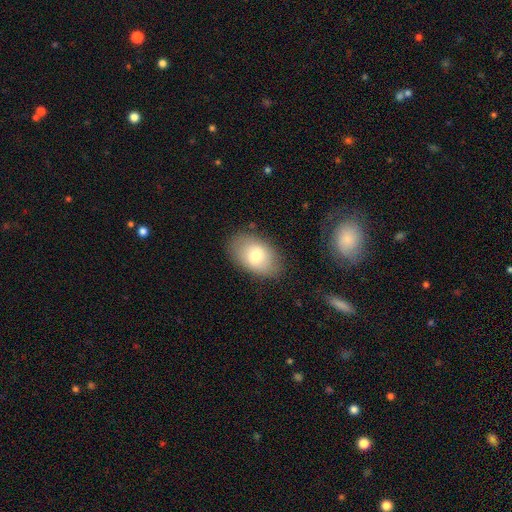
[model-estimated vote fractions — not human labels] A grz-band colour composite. It shows a smooth galaxy with no disk features (73%) that is in between round and cigar-shaped (90%). Merging: none (82%).